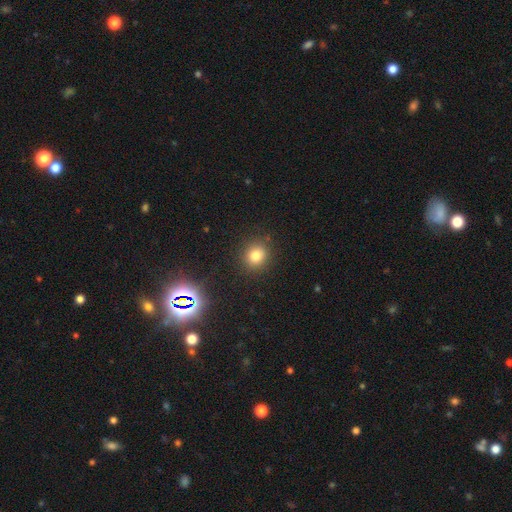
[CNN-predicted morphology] smooth 78%, star or artifact 15%, featured or disk 7%. Down the decision tree: how rounded — round (81%); merging — none (88%).